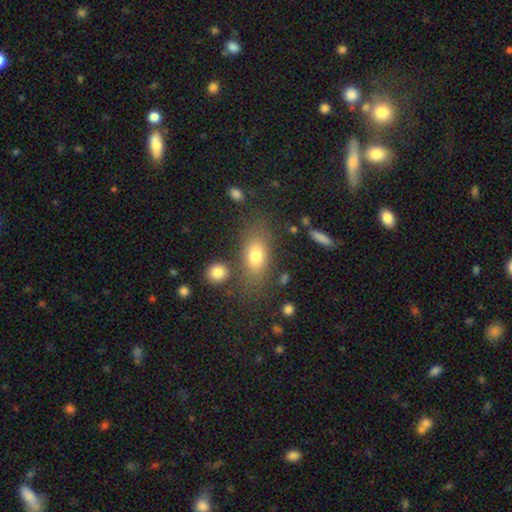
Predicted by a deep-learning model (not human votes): This is likely a smooth galaxy (74%). How rounded: likely in between (79%). Merging: likely none (70%).